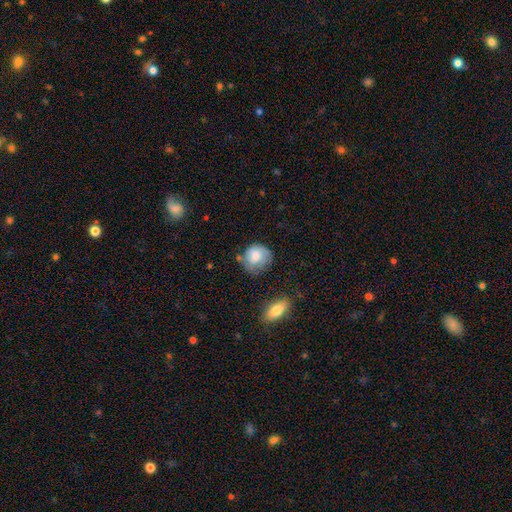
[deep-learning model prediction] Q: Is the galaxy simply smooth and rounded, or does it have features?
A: smooth — 74%.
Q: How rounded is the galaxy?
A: round — 79%.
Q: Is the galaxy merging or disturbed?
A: none — 56%.